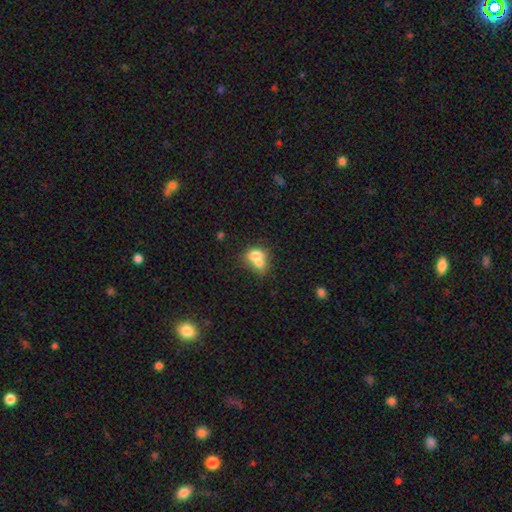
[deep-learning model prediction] A smooth galaxy with no disk features (69%) that is in between round and cigar-shaped (54%).

Vote fractions:
- Smooth or featured? smooth: 69% / featured or disk: 21% / star or artifact: 10%
- How rounded? in between: 54% / round: 45% / cigar-shaped: 1%
- Merging? merger: 68% / none: 21% / minor disturbance: 7% / major disturbance: 4%